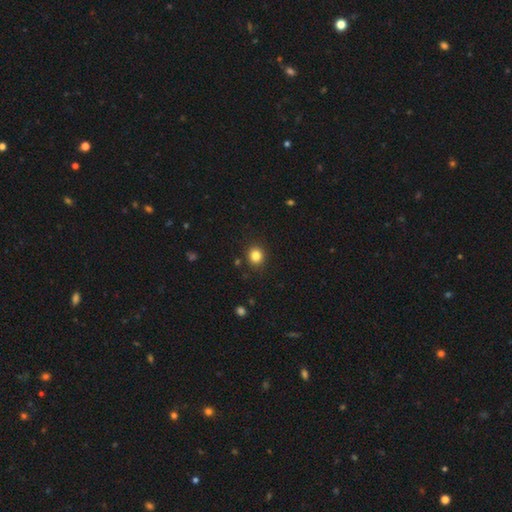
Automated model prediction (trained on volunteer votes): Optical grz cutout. It shows a smooth galaxy with no disk features (83%) that is round (85%). Merging: none (89%).